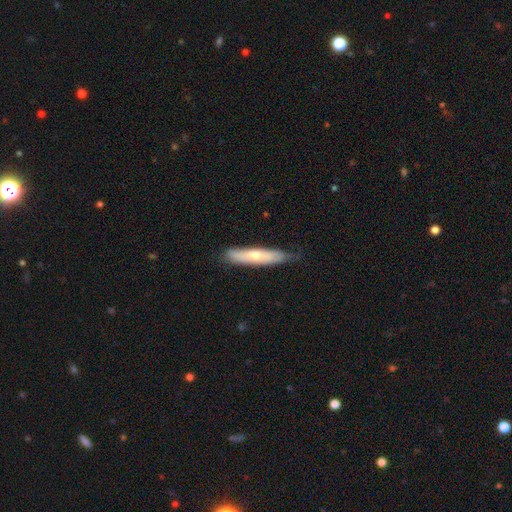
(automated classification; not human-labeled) Smooth or featured: smooth — 62% (featured or disk — 33%)
How rounded: cigar-shaped — 84% (in between — 14%)
Merging: none — 74% (minor disturbance — 21%)